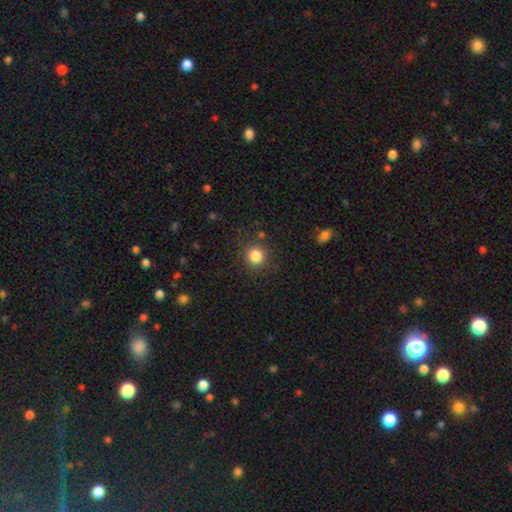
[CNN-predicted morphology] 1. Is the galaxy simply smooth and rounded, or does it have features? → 84% smooth, 12% star or artifact, 5% featured or disk.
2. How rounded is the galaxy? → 93% round, 6% in between, 1% cigar-shaped.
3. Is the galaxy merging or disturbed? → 87% none, 8% minor disturbance, 3% major disturbance, 2% merger.